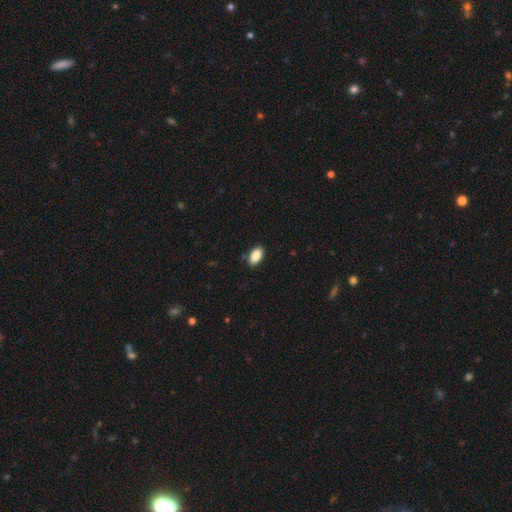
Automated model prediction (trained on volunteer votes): Q: Smooth or featured?
A: smooth (88%); runner-up: star or artifact (7%)
Q: How rounded?
A: in between (93%); runner-up: round (4%)
Q: Merging?
A: none (86%); runner-up: minor disturbance (10%)